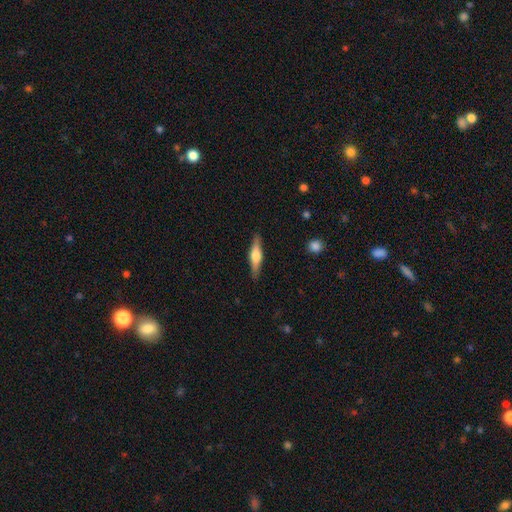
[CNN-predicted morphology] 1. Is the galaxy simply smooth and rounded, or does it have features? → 54% featured or disk, 41% smooth, 6% star or artifact.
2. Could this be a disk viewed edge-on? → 96% yes, 4% no.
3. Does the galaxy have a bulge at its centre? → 87% rounded, 9% boxy, 4% none.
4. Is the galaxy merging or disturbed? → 89% none, 8% minor disturbance, 2% major disturbance, 1% merger.